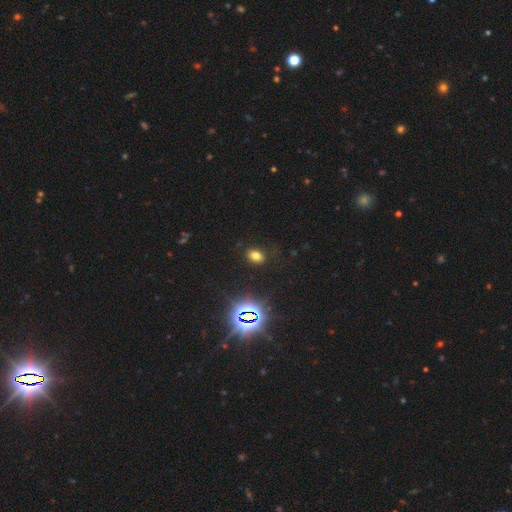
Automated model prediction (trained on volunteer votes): Overall: smooth (67%). How rounded: in between (75%). Merging: none (85%).